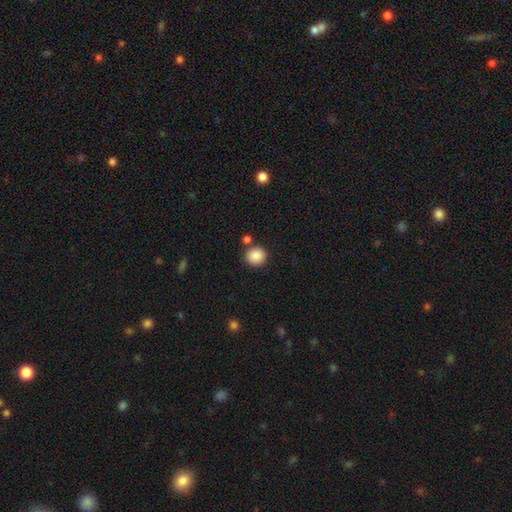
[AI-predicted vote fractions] A smooth galaxy with no disk features (88%) that is round (90%). Merging: none (81%).